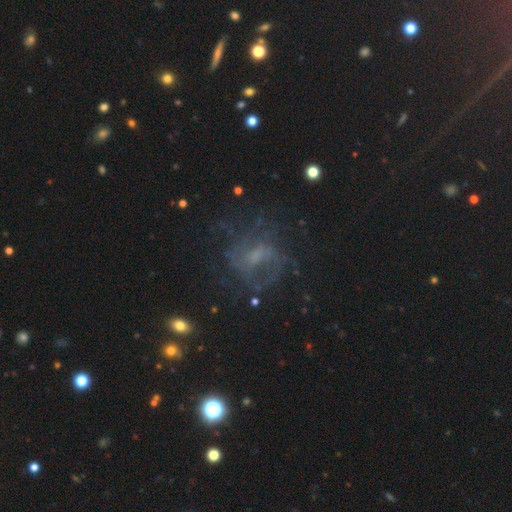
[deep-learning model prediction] smooth_or_featured: featured or disk (p=0.61) [alt: star or artifact p=0.20]
disk_edge_on: no (p=0.96) [alt: yes p=0.04]
bar: weak (p=0.46) [alt: no p=0.43]
has_spiral_arms: yes (p=0.71) [alt: no p=0.29]
bulge_size: small (p=0.42) [alt: none p=0.27]
merging: none (p=0.59) [alt: major disturbance p=0.21]